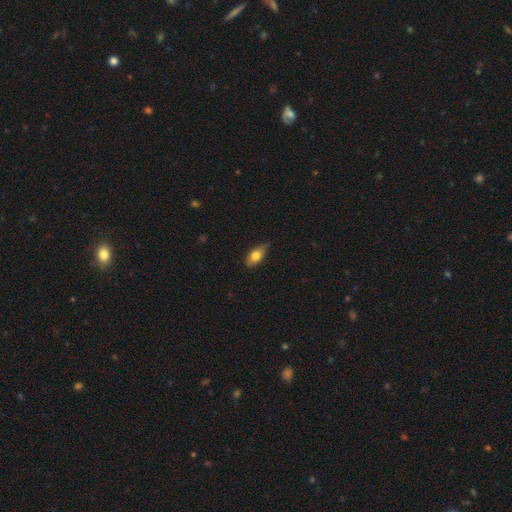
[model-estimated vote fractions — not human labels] Smooth or featured: smooth — 72% (featured or disk — 22%)
How rounded: in between — 83% (cigar-shaped — 11%)
Merging: none — 71% (minor disturbance — 24%)